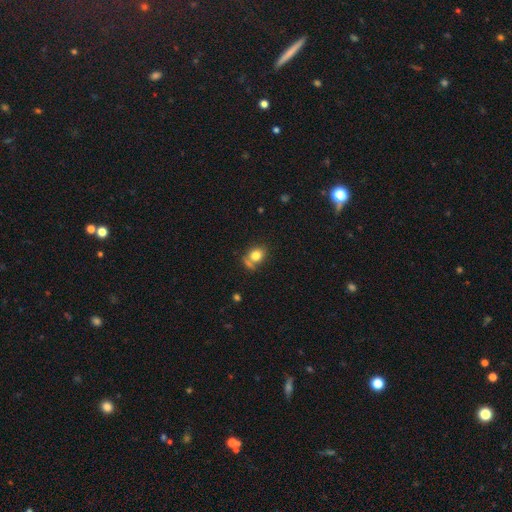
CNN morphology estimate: The model was most divided on "how rounded": round: 58%, in between: 41%, cigar-shaped: 1%. More confident: smooth or featured — smooth (79%); merging — none (55%).